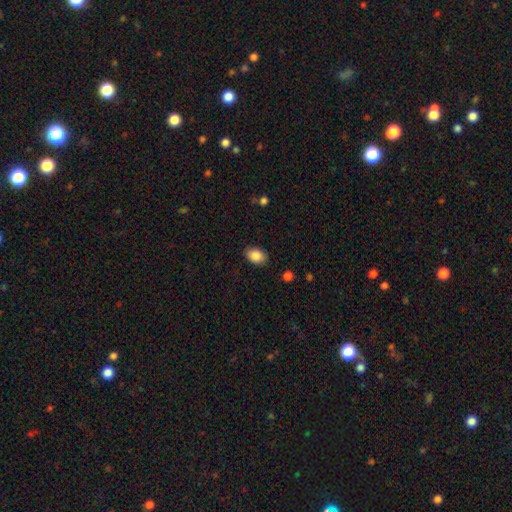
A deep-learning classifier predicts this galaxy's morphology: smooth-or-featured: smooth: 87% | star or artifact: 8% | featured or disk: 6%
  how-rounded: in between: 83% | round: 16% | cigar-shaped: 1%
  merging: none: 85% | minor disturbance: 11% | major disturbance: 3% | merger: 1%